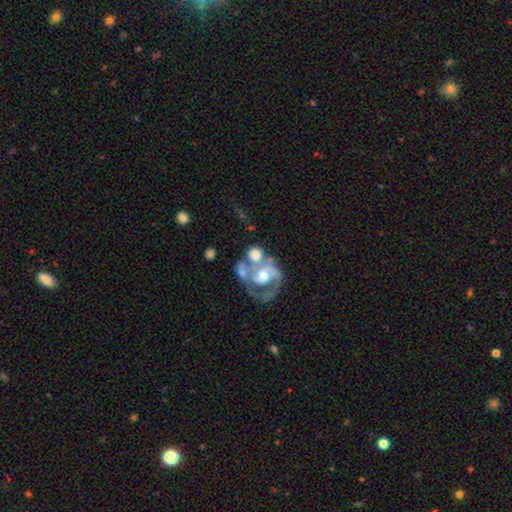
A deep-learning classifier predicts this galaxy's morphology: The model was most divided on "spiral winding": medium: 41%, tight: 36%, loose: 22%. Remaining: edge-on disk — no (97%); spiral arms — yes (74%); smooth or featured — featured or disk (73%); bulge size — moderate (66%); bar — no (65%); spiral arm count — 2 (46%); merging — merger (39%).